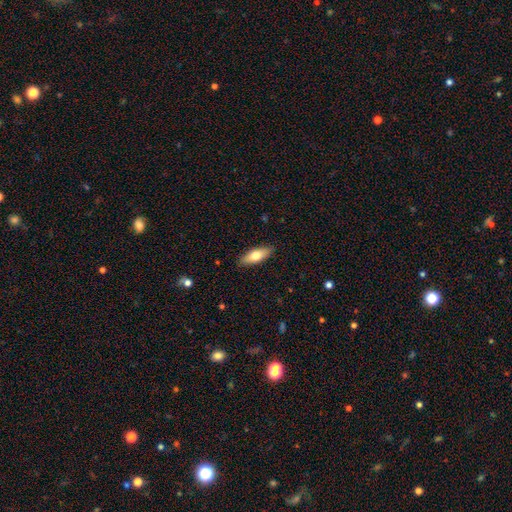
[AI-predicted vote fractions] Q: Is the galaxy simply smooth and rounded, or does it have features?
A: smooth — 68%.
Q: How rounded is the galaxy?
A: in between — 65%.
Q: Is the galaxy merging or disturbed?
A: none — 89%.